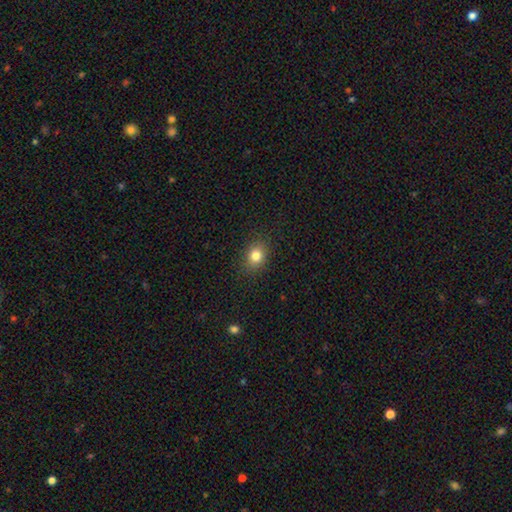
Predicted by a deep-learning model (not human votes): smooth_or_featured: smooth (p=0.81) [alt: star or artifact p=0.11]
how_rounded: round (p=0.54) [alt: in between p=0.45]
merging: none (p=0.88) [alt: minor disturbance p=0.09]